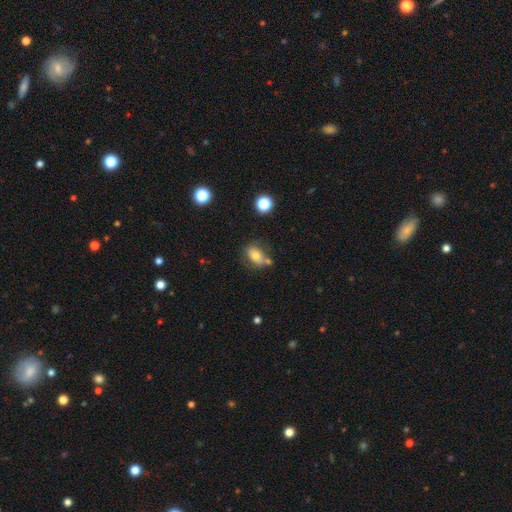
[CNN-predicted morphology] This is likely a smooth galaxy (65%). How rounded: likely in between (77%). Merging: possibly none (53%).